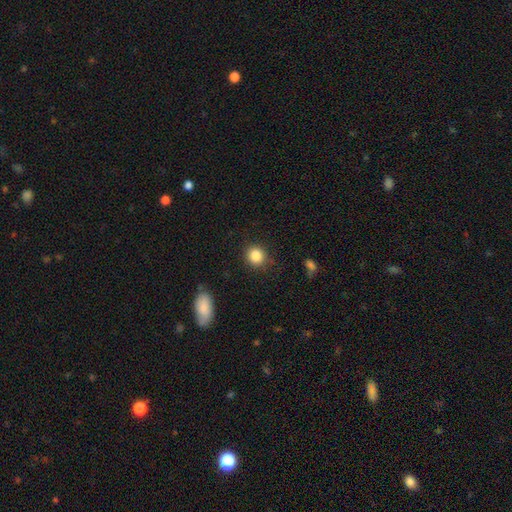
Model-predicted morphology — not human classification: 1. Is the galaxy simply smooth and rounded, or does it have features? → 85% smooth, 10% star or artifact, 5% featured or disk.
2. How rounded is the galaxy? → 87% round, 12% in between, 1% cigar-shaped.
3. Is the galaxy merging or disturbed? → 86% none, 9% minor disturbance, 3% major disturbance, 1% merger.